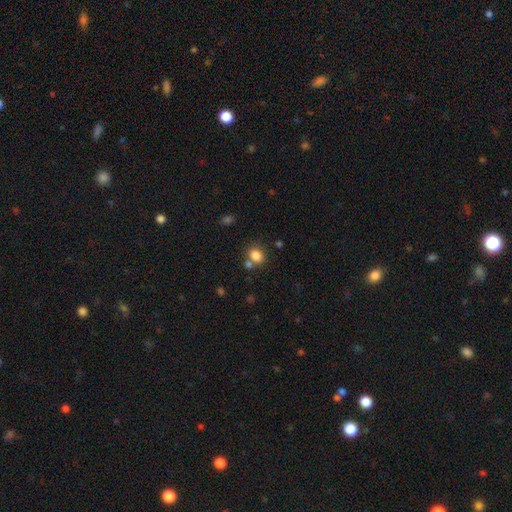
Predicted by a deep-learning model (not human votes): smooth-or-featured: smooth: 83% | star or artifact: 11% | featured or disk: 6%
  how-rounded: in between: 55% | round: 44% | cigar-shaped: 1%
  merging: none: 62% | merger: 21% | minor disturbance: 12% | major disturbance: 5%